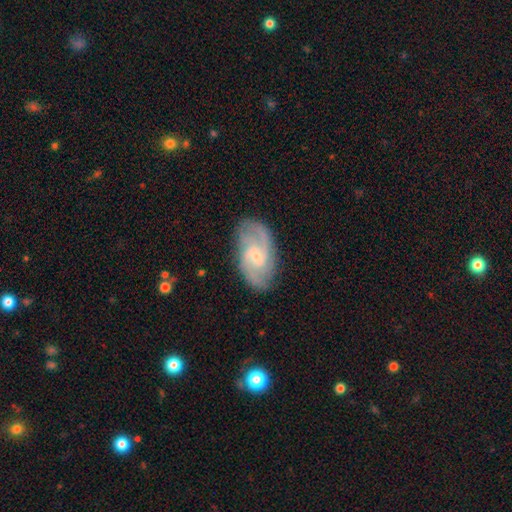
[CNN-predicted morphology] Overall: featured or disk (84%). Edge-on disk: no (97%). Bar: weak (48%; no 44%). Spiral arms: yes (97%). Spiral arm count: 2 (60%). Spiral winding: medium (51%; tight 32%). Bulge size: small (70%). Merging: none (79%).